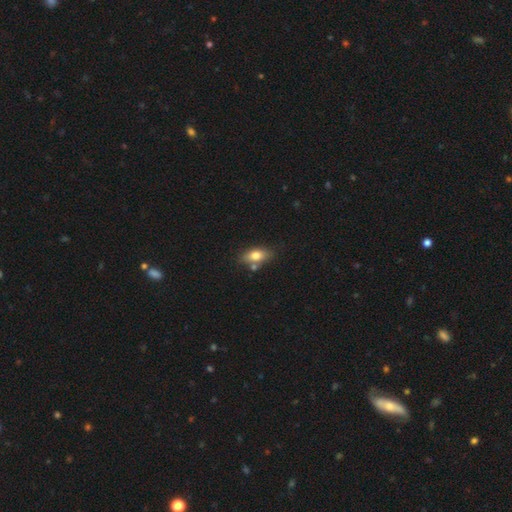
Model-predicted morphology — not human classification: Smooth or featured? Predicted: smooth (p=0.74). How rounded? Predicted: in between (p=0.83). Merging? Predicted: none (p=0.68).